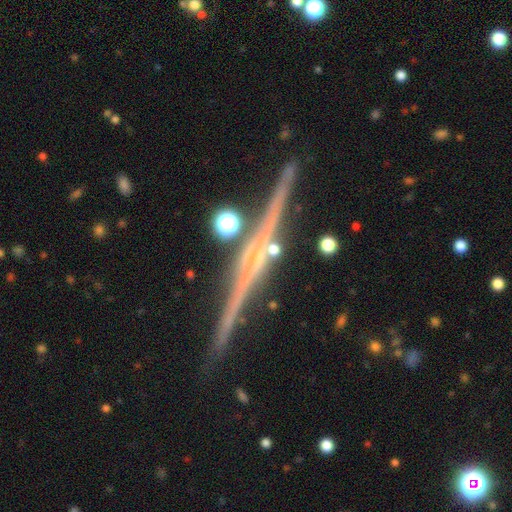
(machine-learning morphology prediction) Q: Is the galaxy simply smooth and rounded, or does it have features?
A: featured or disk — 84%.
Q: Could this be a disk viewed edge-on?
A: yes — 98%.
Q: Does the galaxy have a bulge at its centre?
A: rounded — 60%.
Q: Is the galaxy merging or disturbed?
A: none — 84%.